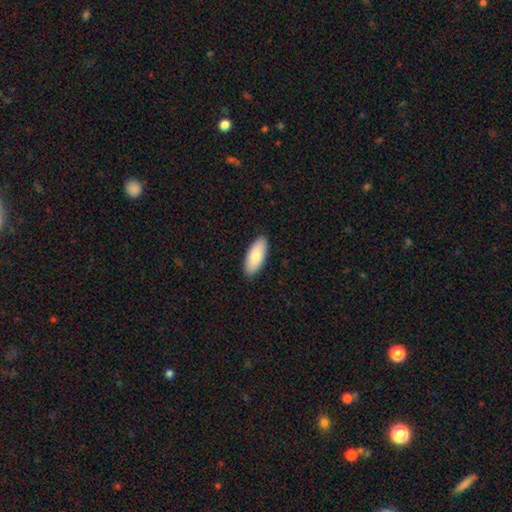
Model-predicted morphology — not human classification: This is likely a smooth galaxy (79%). How rounded: clearly in between (87%). Merging: clearly none (89%).